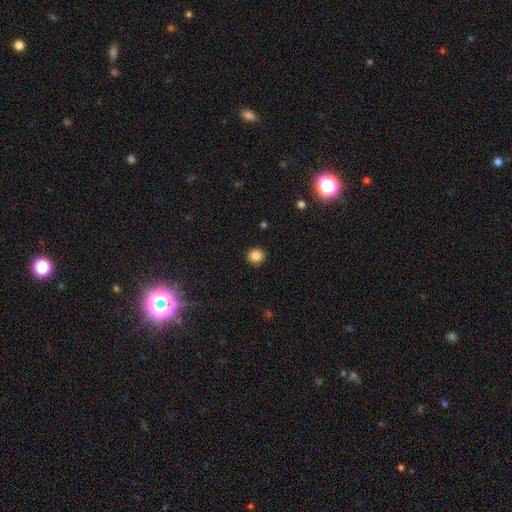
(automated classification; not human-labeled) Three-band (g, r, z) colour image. It shows a smooth galaxy with no disk features (84%) that is round (88%). Merging: none (90%).